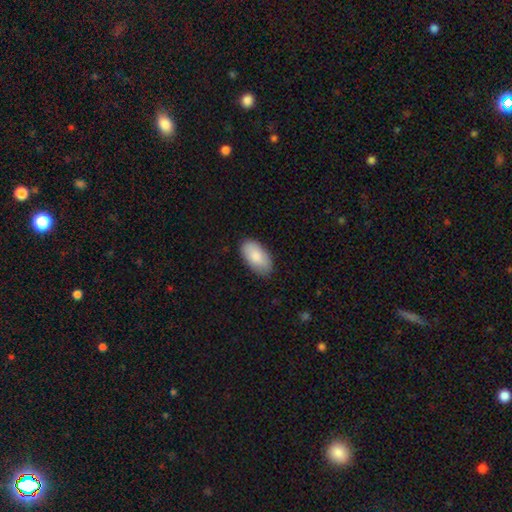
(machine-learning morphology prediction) This appears to be a smooth galaxy with no disk features (86%) that is in between round and cigar-shaped (95%). Merging: none (83%).